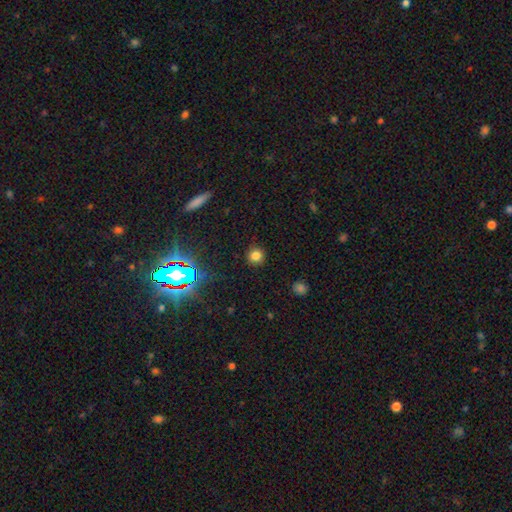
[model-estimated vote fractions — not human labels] Smooth or featured? Predicted: smooth (p=0.78). How rounded? Predicted: round (p=0.91). Merging? Predicted: none (p=0.89).